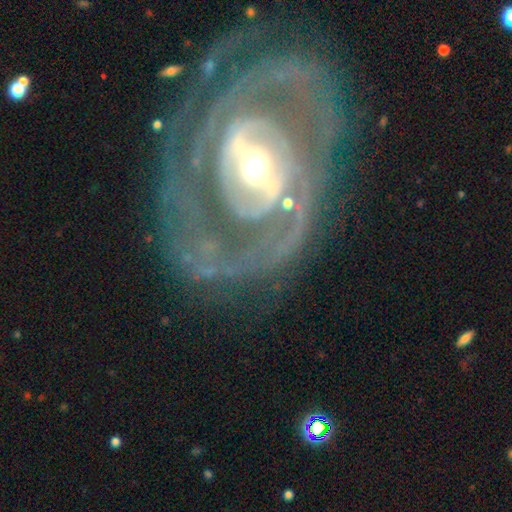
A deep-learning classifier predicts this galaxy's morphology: Smooth or featured?
  - featured or disk: 87% *
  - smooth: 8%
  - star or artifact: 6%
Edge-on disk?
  - no: 95% *
  - yes: 5%
Bar?
  - strong: 44% *
  - weak: 34%
  - no: 22%
Spiral arms?
  - yes: 85% *
  - no: 15%
Spiral winding?
  - tight: 53% *
  - medium: 34%
  - loose: 14%
Spiral arm count?
  - 2: 48% *
  - can't tell: 24%
  - 3: 10%
  - 1: 8%
  - 4: 5%
  - more than 4: 5%
Bulge size?
  - moderate: 61% *
  - small: 26%
  - large: 10%
  - dominant: 2%
  - none: 1%
Merging?
  - none: 63% *
  - major disturbance: 17%
  - minor disturbance: 17%
  - merger: 3%